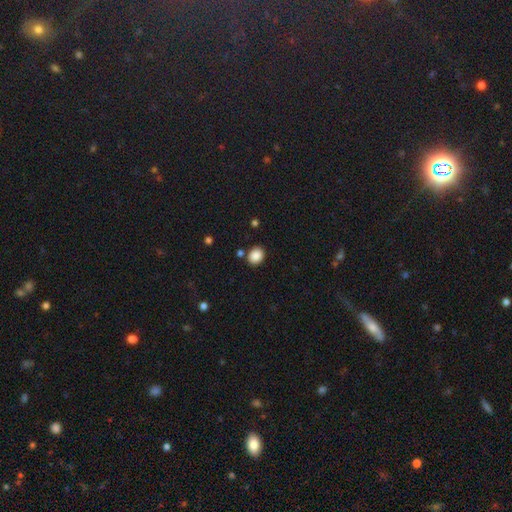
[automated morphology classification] Smooth or featured?
  - smooth: 87% *
  - star or artifact: 9%
  - featured or disk: 3%
How rounded?
  - round: 56% *
  - in between: 43%
  - cigar-shaped: 1%
Merging?
  - none: 83% *
  - minor disturbance: 9%
  - merger: 5%
  - major disturbance: 3%